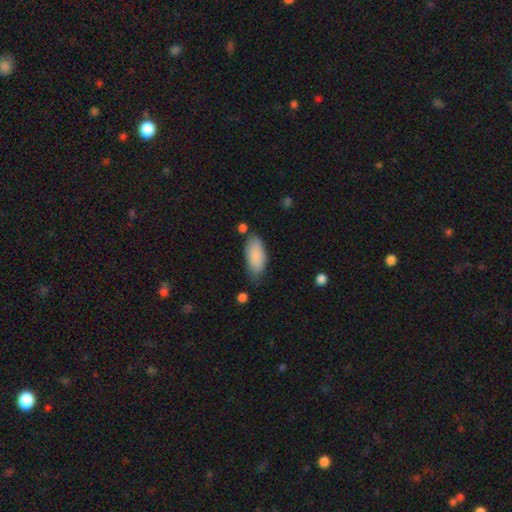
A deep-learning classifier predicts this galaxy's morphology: The model was most divided on "merging": none: 67%, minor disturbance: 23%, major disturbance: 5%, merger: 5%. More confident: how rounded — in between (87%); smooth or featured — smooth (86%).